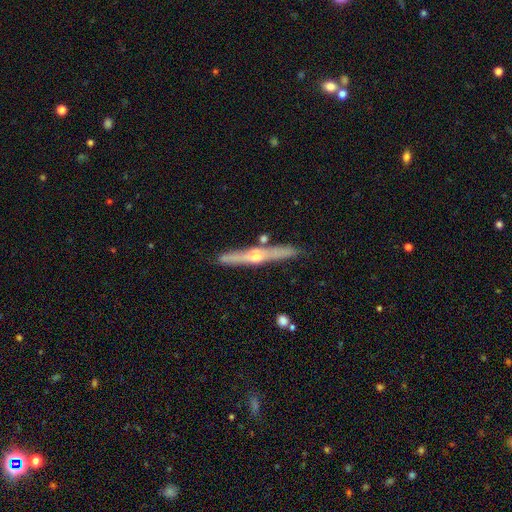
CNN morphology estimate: Smooth or featured? featured or disk (73%)
Edge-on disk? yes (97%)
Edge-on bulge? rounded (88%)
Merging? none (84%)